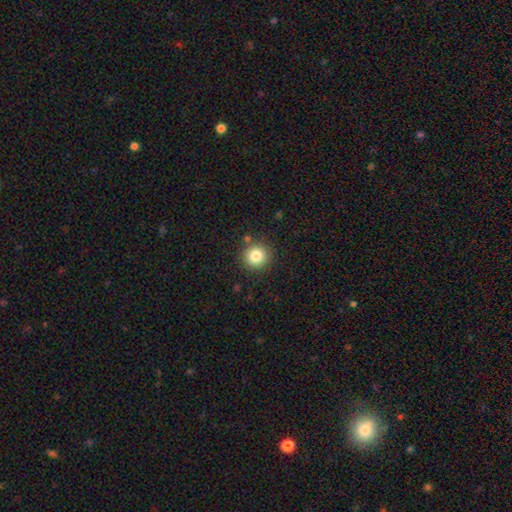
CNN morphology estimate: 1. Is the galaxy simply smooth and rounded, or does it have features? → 83% smooth, 11% star or artifact, 6% featured or disk.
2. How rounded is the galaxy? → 93% round, 6% in between, 1% cigar-shaped.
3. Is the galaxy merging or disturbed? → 87% none, 7% minor disturbance, 3% merger, 2% major disturbance.